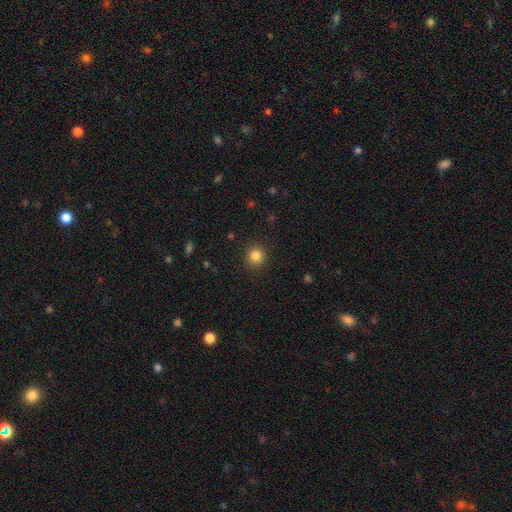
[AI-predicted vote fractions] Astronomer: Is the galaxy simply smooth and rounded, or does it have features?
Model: smooth — 84%.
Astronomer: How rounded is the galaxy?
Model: round — 91%.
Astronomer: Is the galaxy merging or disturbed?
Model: none — 91%.